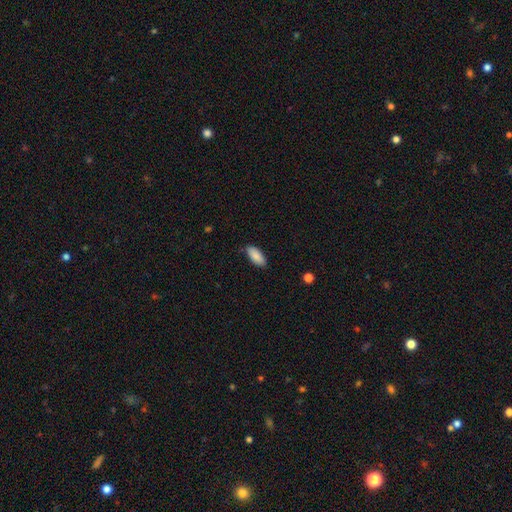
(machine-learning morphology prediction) Smooth or featured? smooth (87%)
How rounded? in between (88%)
Merging? none (80%)